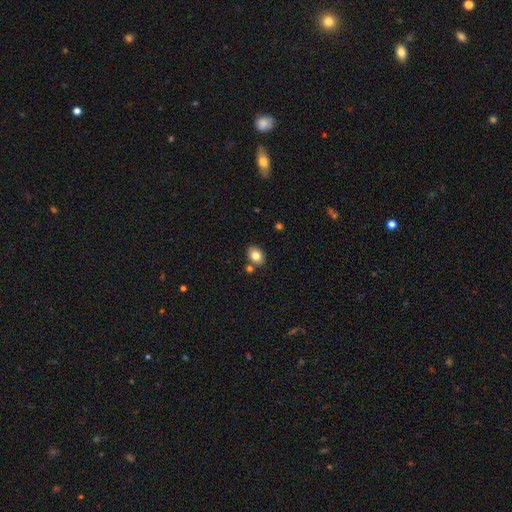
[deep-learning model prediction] Morphology: type=smooth (80%); roundness=in between (70%); merging=none (77%).